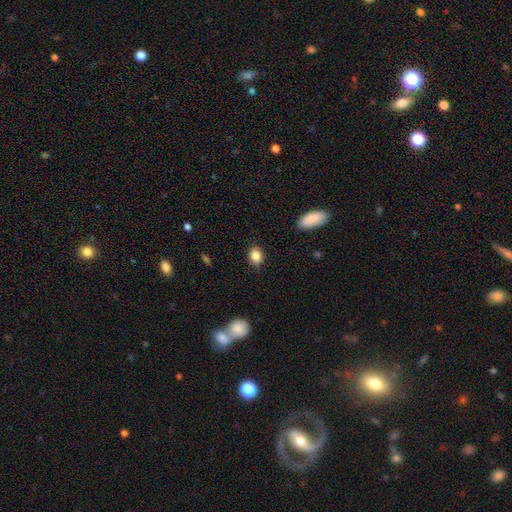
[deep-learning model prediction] This appears to be a smooth galaxy with no disk features (86%) that is in between round and cigar-shaped (50%). Merging: none (87%).